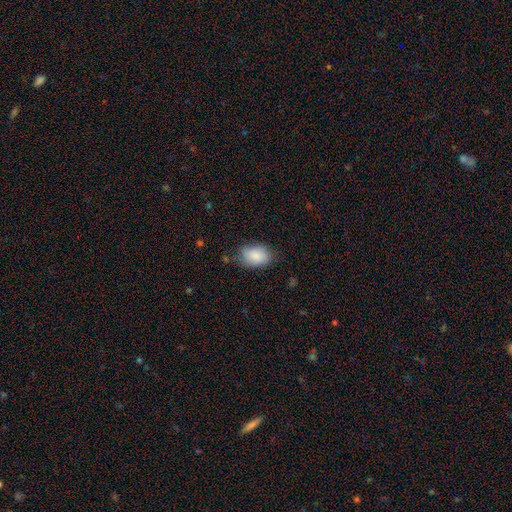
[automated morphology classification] The model was most divided on "merging": none: 70%, minor disturbance: 23%, major disturbance: 5%, merger: 2%. More confident: how rounded — in between (87%); smooth or featured — smooth (87%).